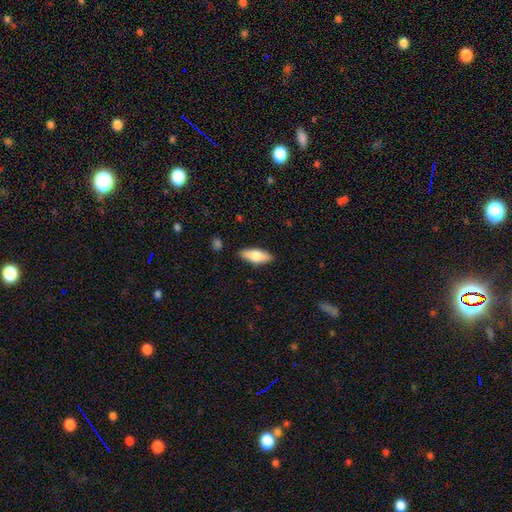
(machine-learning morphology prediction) smooth-or-featured: smooth: 68% | featured or disk: 26% | star or artifact: 6%
  how-rounded: in between: 72% | cigar-shaped: 25% | round: 2%
  merging: none: 87% | minor disturbance: 10% | major disturbance: 2% | merger: 1%